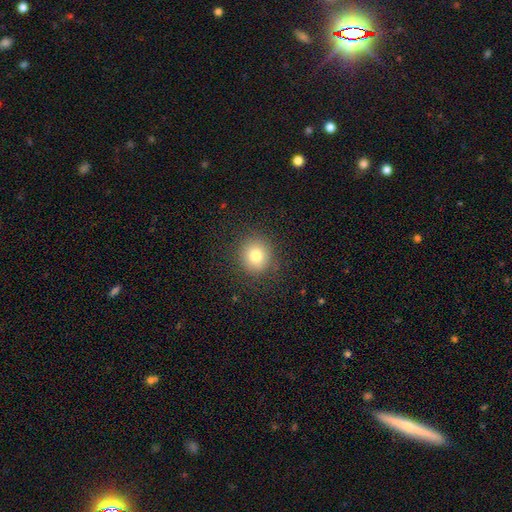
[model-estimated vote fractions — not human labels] Smooth or featured?
  - smooth: 78% *
  - star or artifact: 12%
  - featured or disk: 10%
How rounded?
  - round: 90% *
  - in between: 9%
  - cigar-shaped: 1%
Merging?
  - none: 88% *
  - minor disturbance: 8%
  - major disturbance: 3%
  - merger: 1%